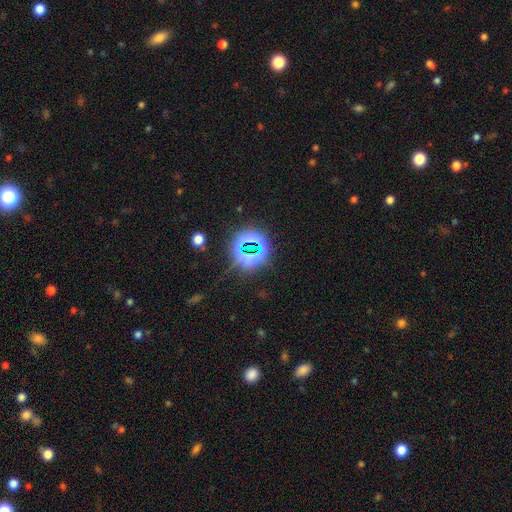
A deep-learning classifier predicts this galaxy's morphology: This appears to be a star or artifact, not a galaxy (75%).